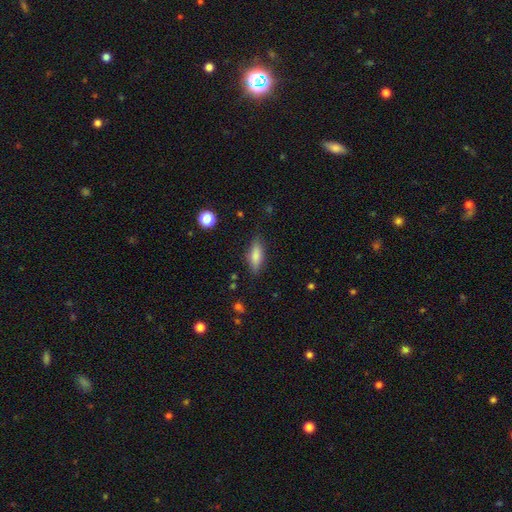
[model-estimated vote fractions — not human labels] The model was most divided on "how rounded": in between: 63%, cigar-shaped: 34%, round: 3%. More confident: merging — none (82%); smooth or featured — smooth (77%).